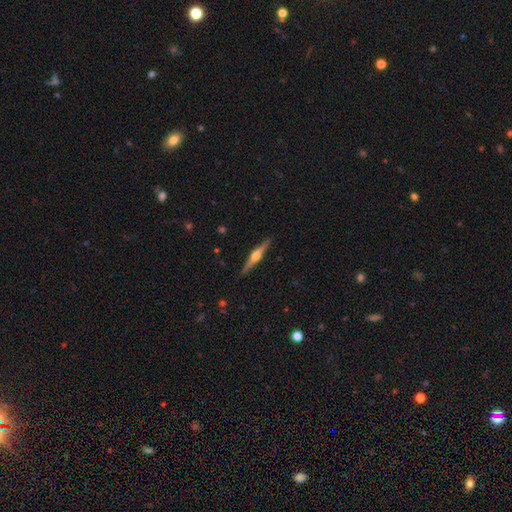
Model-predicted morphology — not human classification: type=featured or disk (77%); edge-on=yes (98%); edge-on bulge=rounded (93%); merging=none (91%).